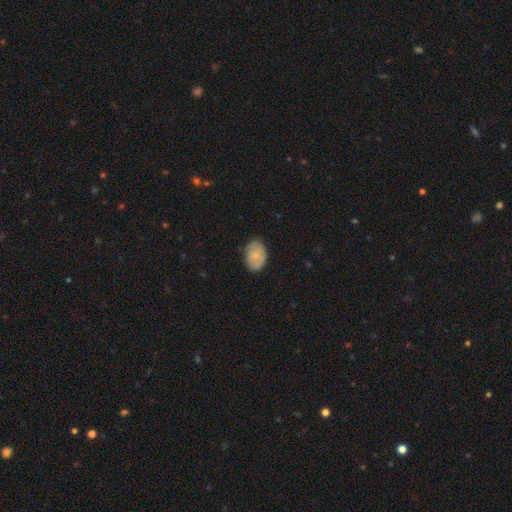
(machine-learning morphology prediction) Smooth or featured? Predicted: smooth (p=0.67). How rounded? Predicted: in between (p=0.84). Merging? Predicted: none (p=0.71).